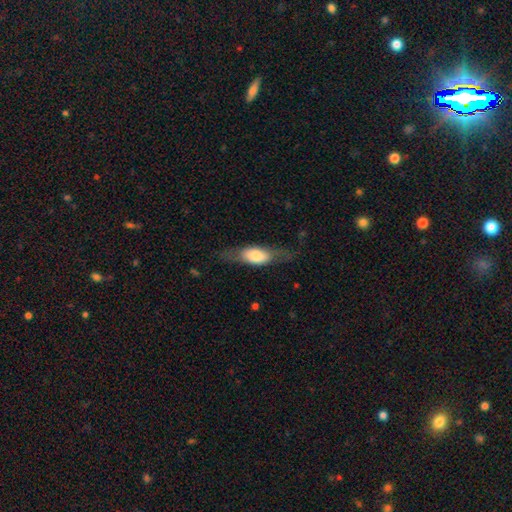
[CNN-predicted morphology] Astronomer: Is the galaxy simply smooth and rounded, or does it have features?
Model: smooth — 57% (runner-up: featured or disk, 37%).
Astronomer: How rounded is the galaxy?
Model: in between — 65%.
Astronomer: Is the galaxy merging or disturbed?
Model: none — 69%.